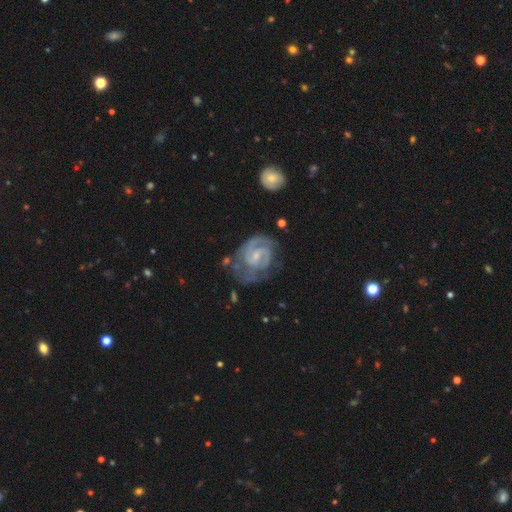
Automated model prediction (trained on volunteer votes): The model was most divided on "spiral winding": tight: 52%, medium: 40%, loose: 8%. More confident: edge-on disk — no (98%); spiral arms — yes (97%); smooth or featured — featured or disk (88%); spiral arm count — 2 (69%); bulge size — small (68%); merging — none (55%); bar — weak (51%).